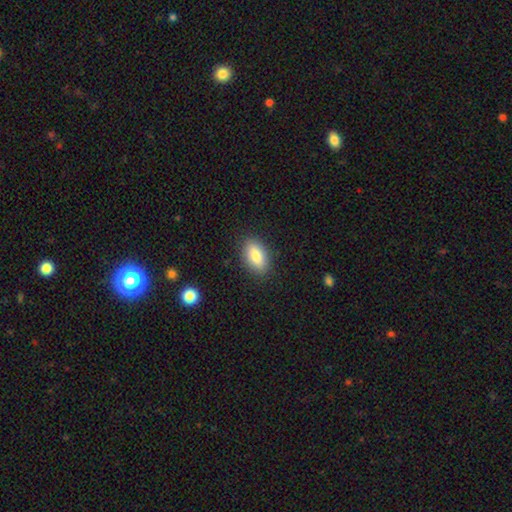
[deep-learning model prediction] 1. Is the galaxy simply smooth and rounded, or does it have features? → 82% smooth, 11% featured or disk, 7% star or artifact.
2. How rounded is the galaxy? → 89% in between, 6% cigar-shaped, 5% round.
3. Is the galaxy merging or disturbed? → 87% none, 9% minor disturbance, 2% major disturbance, 1% merger.